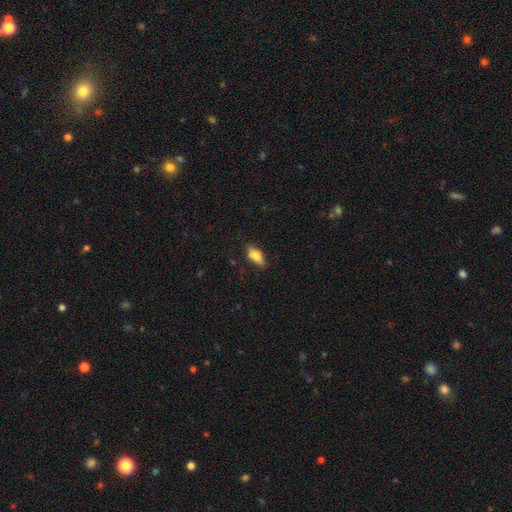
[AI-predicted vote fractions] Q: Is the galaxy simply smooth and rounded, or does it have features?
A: smooth — 71%.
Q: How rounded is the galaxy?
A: in between — 79%.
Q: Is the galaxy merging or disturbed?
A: none — 72%.